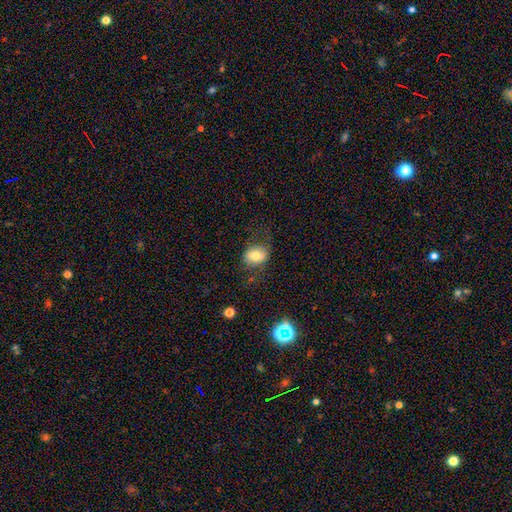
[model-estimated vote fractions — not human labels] A smooth galaxy with no disk features (69%) that is in between round and cigar-shaped (60%).

Vote fractions:
- Smooth or featured? smooth: 69% / featured or disk: 21% / star or artifact: 10%
- How rounded? in between: 60% / round: 39% / cigar-shaped: 1%
- Merging? none: 65% / minor disturbance: 21% / major disturbance: 12% / merger: 2%